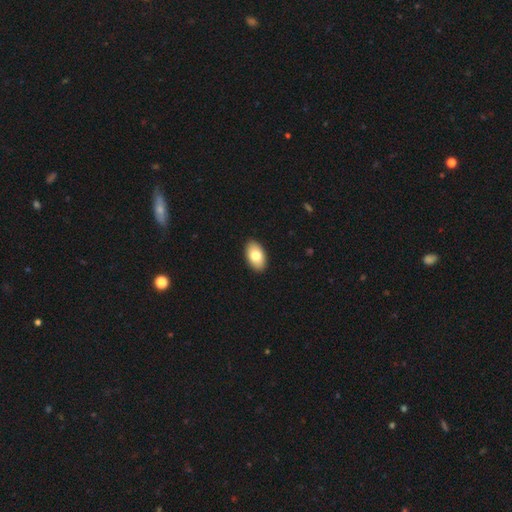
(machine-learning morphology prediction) The model was most divided on "smooth or featured": smooth: 80%, featured or disk: 14%, star or artifact: 6%. More confident: how rounded — in between (94%); merging — none (91%).